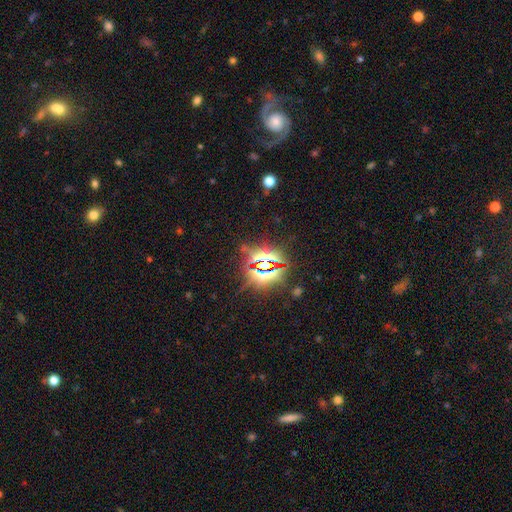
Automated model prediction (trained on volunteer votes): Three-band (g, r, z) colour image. It shows a star or artifact, not a galaxy (73%).